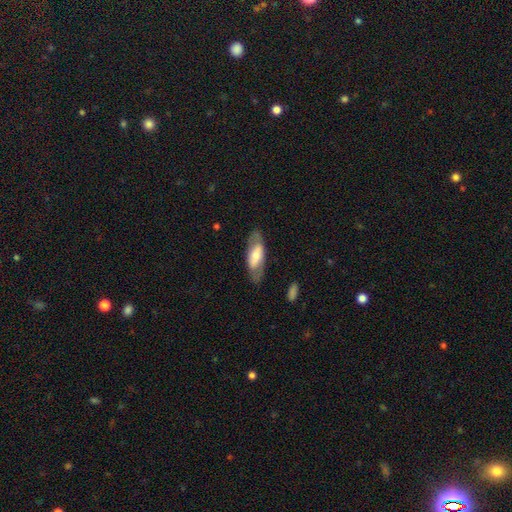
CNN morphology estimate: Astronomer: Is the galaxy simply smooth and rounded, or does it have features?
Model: featured or disk — 47%, tied with smooth at 47%.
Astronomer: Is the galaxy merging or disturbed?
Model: none — 75%.